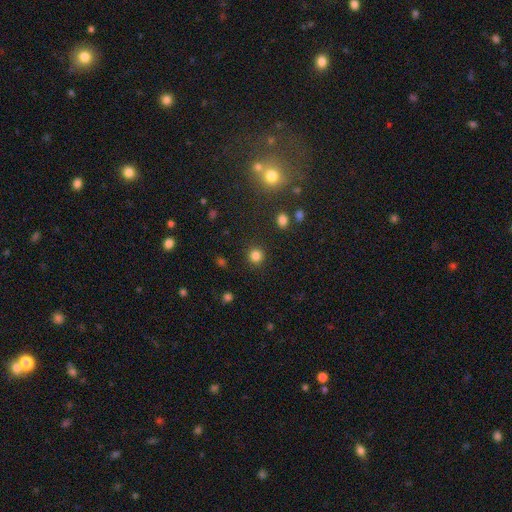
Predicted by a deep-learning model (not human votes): smooth_or_featured: smooth (p=0.82) [alt: star or artifact p=0.14]
how_rounded: round (p=0.92) [alt: in between p=0.07]
merging: none (p=0.90) [alt: minor disturbance p=0.06]